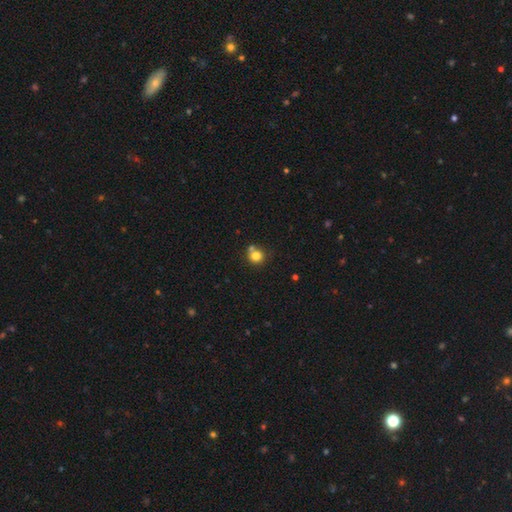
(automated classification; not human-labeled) smooth_or_featured: smooth (p=0.80) [alt: star or artifact p=0.12]
how_rounded: round (p=0.90) [alt: in between p=0.10]
merging: none (p=0.63) [alt: merger p=0.23]